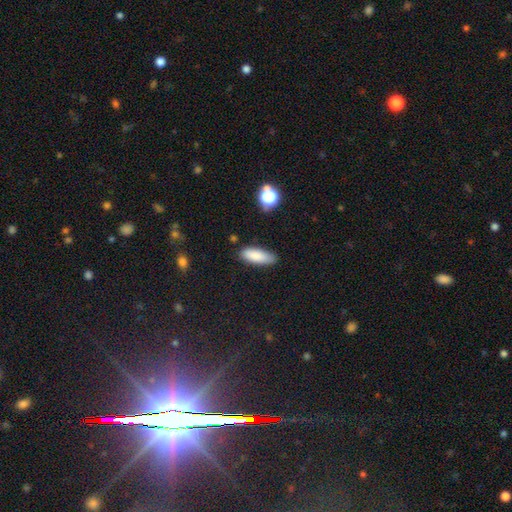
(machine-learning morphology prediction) type=smooth (85%); roundness=in between (64%); merging=none (78%).